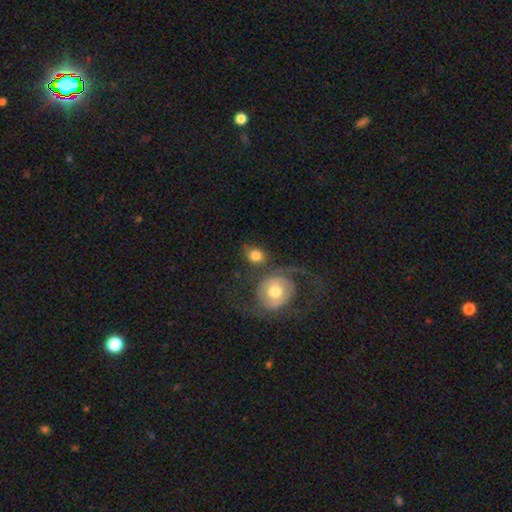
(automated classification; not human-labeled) smooth 72%, featured or disk 21%, star or artifact 7%. Down the decision tree: how rounded — round (71%); merging — none (51%).